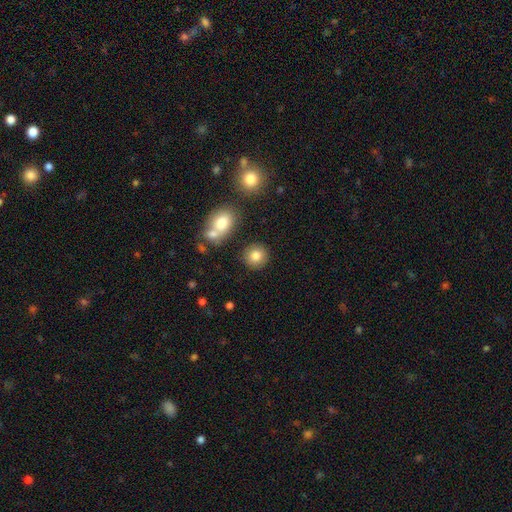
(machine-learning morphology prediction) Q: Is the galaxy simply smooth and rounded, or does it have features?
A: smooth — 83%.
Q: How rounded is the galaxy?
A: round — 88%.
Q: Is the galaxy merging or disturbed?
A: none — 84%.